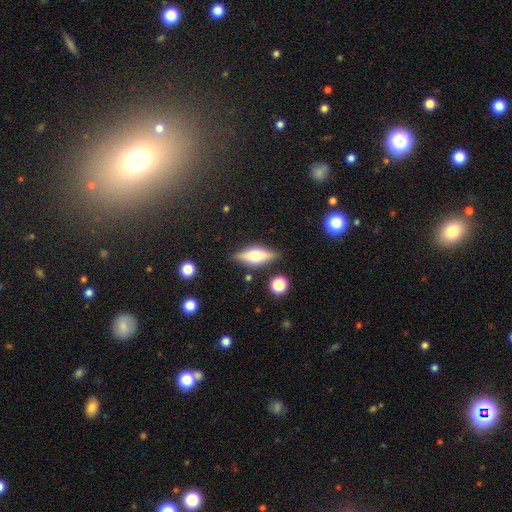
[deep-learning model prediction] The model was most divided on "smooth or featured": featured or disk: 51%, smooth: 42%, star or artifact: 8%. More confident: edge-on disk — yes (90%); merging — none (82%).